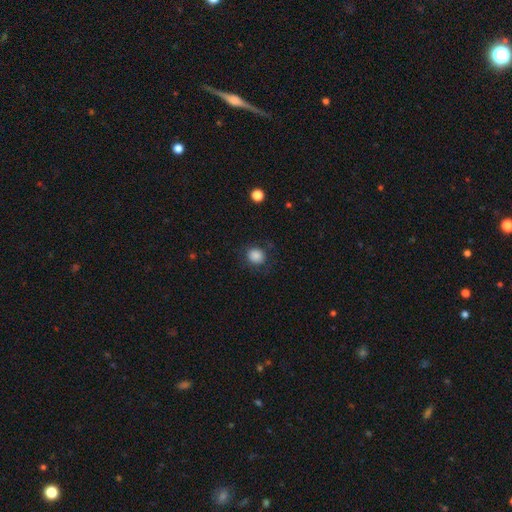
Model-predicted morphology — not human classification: A smooth galaxy with no disk features (85%) that is round (80%).

Vote fractions:
- Smooth or featured? smooth: 85% / star or artifact: 10% / featured or disk: 5%
- How rounded? round: 80% / in between: 19% / cigar-shaped: 1%
- Merging? none: 81% / minor disturbance: 12% / major disturbance: 6% / merger: 1%